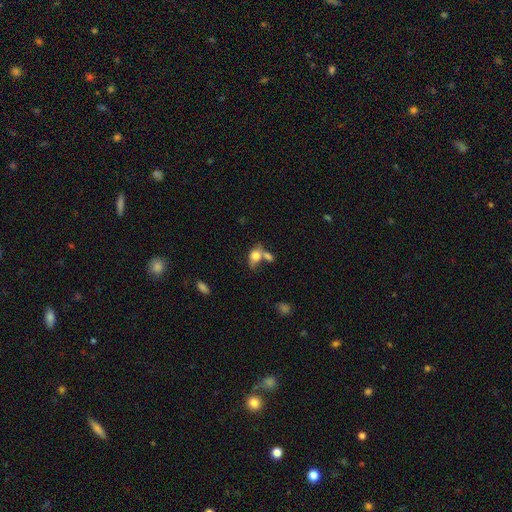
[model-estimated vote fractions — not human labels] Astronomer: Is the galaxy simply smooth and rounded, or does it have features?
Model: smooth — 74%.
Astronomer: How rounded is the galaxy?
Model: in between — 76%.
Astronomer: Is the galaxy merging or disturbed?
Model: merger — 46% (runner-up: none, 29%).